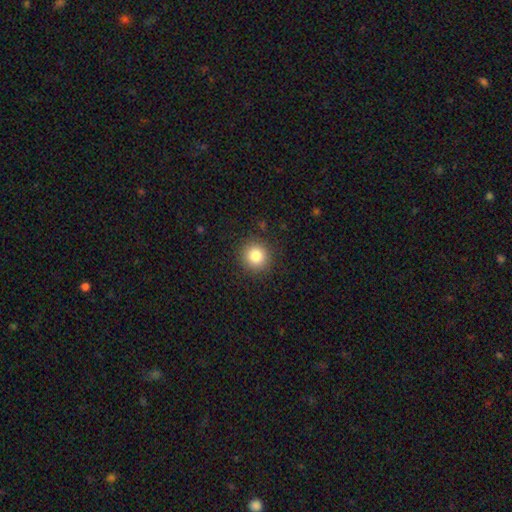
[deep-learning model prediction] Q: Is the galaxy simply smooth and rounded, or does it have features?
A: smooth — 83%.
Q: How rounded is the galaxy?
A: round — 93%.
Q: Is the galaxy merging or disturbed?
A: none — 90%.